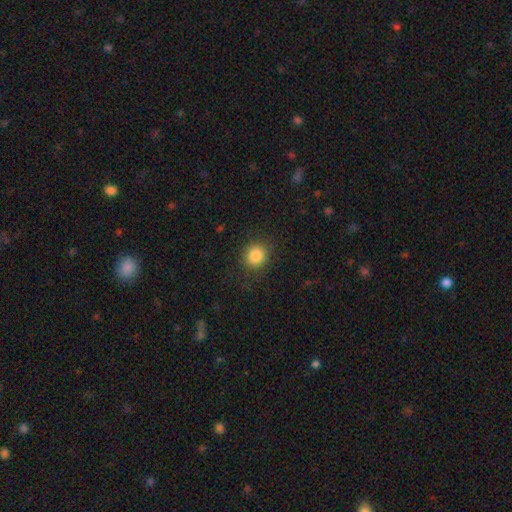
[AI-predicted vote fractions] The model was most divided on "how rounded": round: 83%, in between: 16%, cigar-shaped: 1%. More confident: merging — none (87%); smooth or featured — smooth (85%).